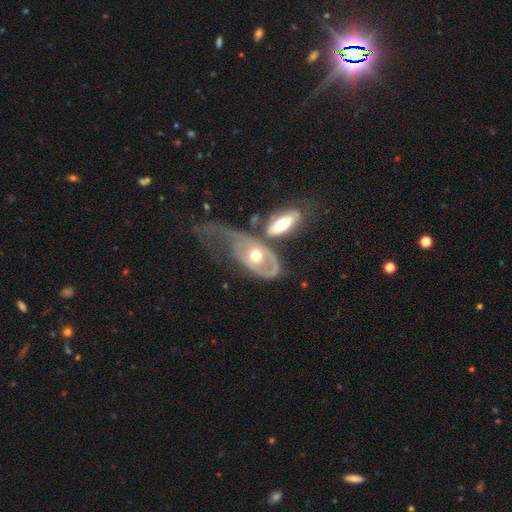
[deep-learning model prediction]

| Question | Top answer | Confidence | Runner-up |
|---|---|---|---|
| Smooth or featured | featured or disk | 65% | smooth (30%) |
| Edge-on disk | no | 88% | yes (12%) |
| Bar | no | 81% | weak (15%) |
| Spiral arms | no | 54% | yes (46%) |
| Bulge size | moderate | 72% | small (16%) |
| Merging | major disturbance | 37% | merger (33%) |